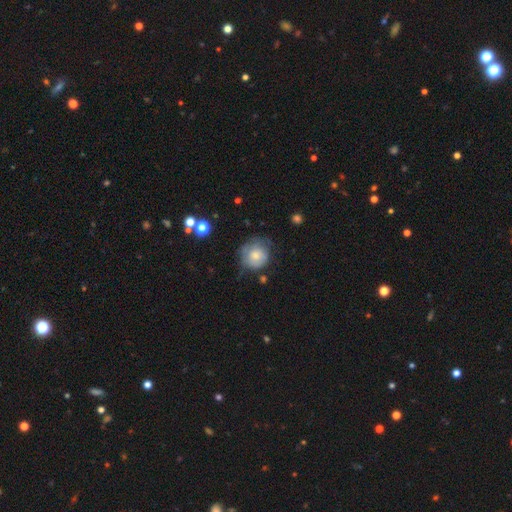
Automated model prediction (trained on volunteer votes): Smooth or featured?
  - smooth: 68% *
  - featured or disk: 24%
  - star or artifact: 8%
How rounded?
  - round: 88% *
  - in between: 12%
  - cigar-shaped: 1%
Merging?
  - none: 56% *
  - minor disturbance: 30%
  - major disturbance: 12%
  - merger: 3%